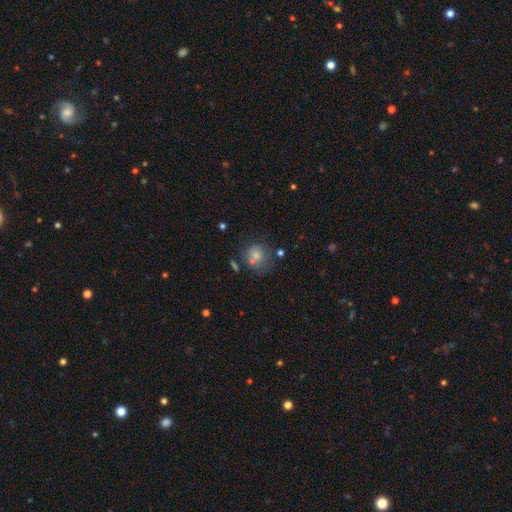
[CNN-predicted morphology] smooth-or-featured: smooth: 70% | featured or disk: 19% | star or artifact: 12%
  how-rounded: round: 80% | in between: 19% | cigar-shaped: 1%
  merging: none: 50% | minor disturbance: 20% | merger: 18% | major disturbance: 13%